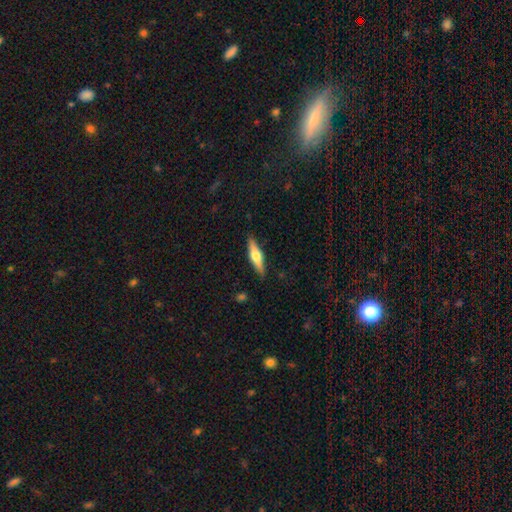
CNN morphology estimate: Smooth or featured? Predicted: featured or disk (p=0.53). Edge-on disk? Predicted: yes (p=0.95). Edge-on bulge? Predicted: rounded (p=0.91). Merging? Predicted: none (p=0.89).